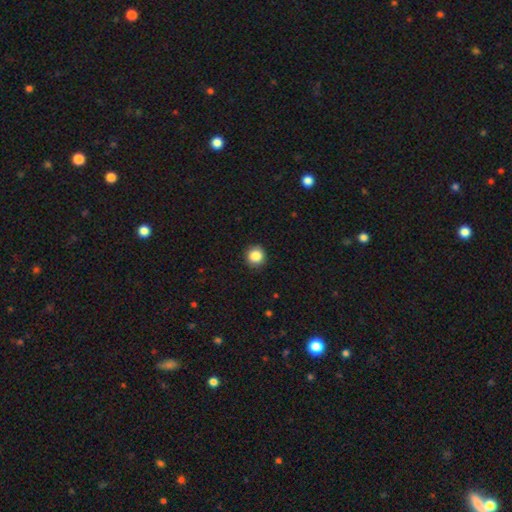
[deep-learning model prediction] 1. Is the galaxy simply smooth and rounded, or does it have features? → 87% smooth, 10% star or artifact, 3% featured or disk.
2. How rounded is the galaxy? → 93% round, 6% in between, 1% cigar-shaped.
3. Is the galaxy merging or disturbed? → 91% none, 6% minor disturbance, 2% major disturbance, 1% merger.